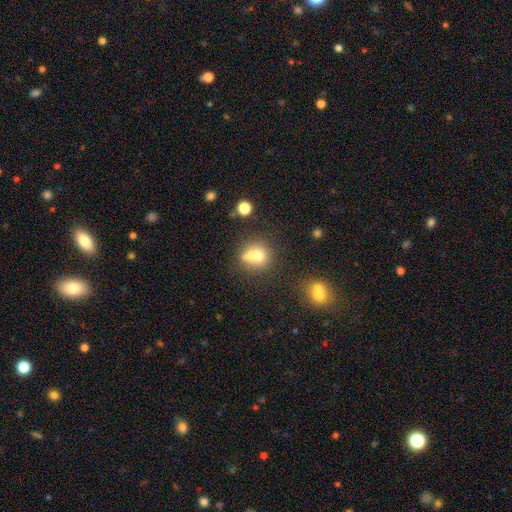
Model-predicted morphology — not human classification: This is likely a smooth galaxy (66%). How rounded: clearly round (85%). Merging: possibly merger (47%).